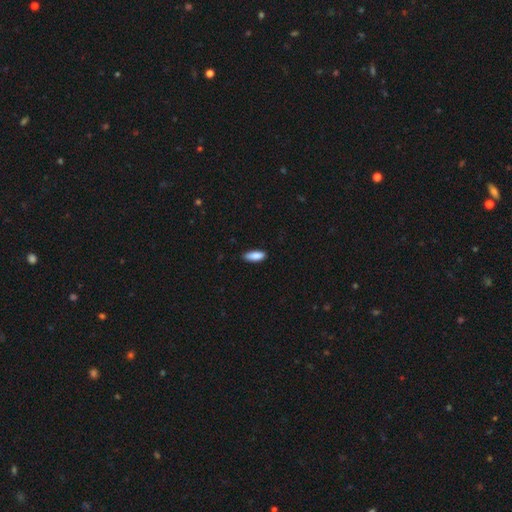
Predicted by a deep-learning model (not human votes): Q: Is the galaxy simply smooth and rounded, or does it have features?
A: smooth — 89%.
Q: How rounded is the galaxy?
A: in between — 71%.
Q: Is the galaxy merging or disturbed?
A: none — 83%.